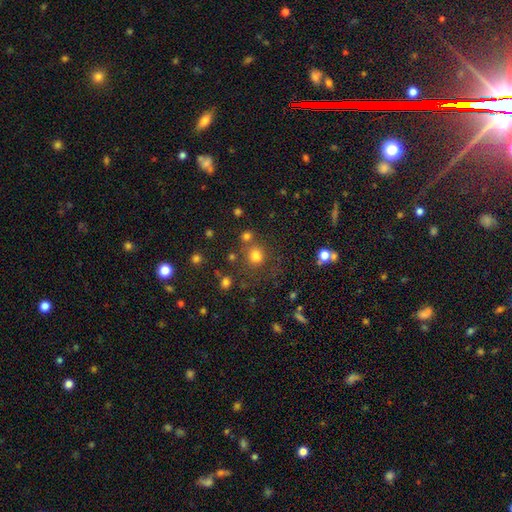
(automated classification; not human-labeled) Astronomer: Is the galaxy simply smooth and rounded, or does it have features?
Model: smooth — 77%.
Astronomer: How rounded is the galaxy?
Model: round — 85%.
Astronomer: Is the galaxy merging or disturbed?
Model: none — 68%.